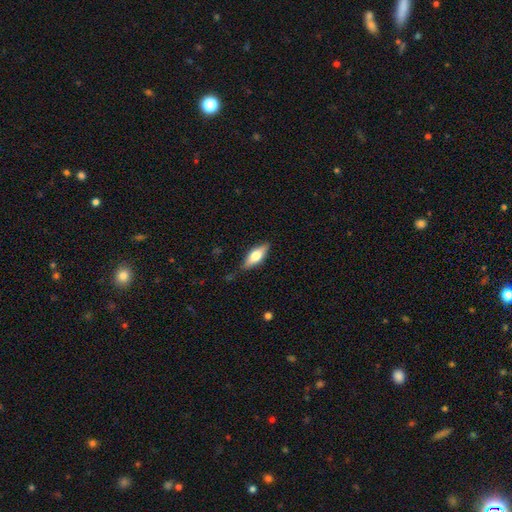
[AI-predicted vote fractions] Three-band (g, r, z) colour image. It shows a smooth galaxy with no disk features (63%) that is in between round and cigar-shaped (69%). Merging: none (78%).